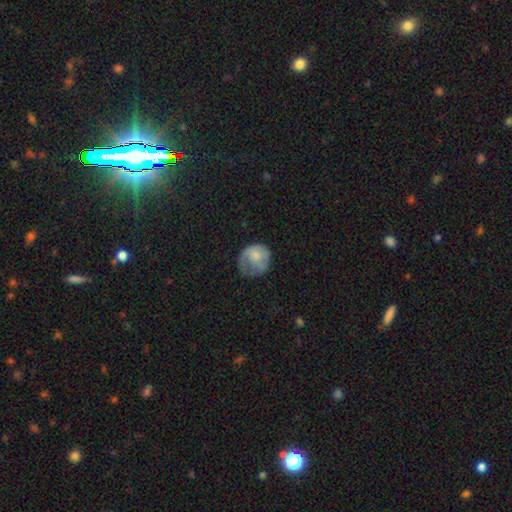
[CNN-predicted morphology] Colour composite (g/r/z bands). It shows a smooth galaxy with no disk features (61%) that is round (69%). Merging: none (38%).